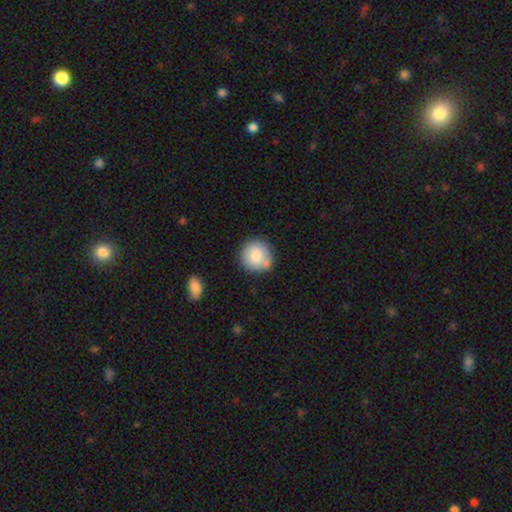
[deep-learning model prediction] Q: Smooth or featured?
A: smooth (80%); runner-up: featured or disk (13%)
Q: How rounded?
A: round (91%); runner-up: in between (8%)
Q: Merging?
A: none (71%); runner-up: minor disturbance (16%)